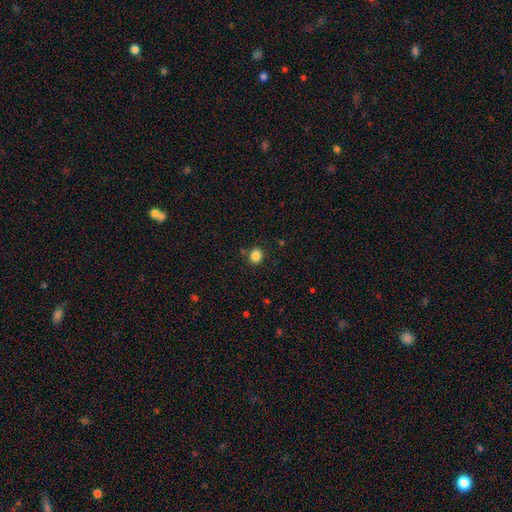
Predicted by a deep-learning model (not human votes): Q: Smooth or featured?
A: smooth (85%); runner-up: star or artifact (11%)
Q: How rounded?
A: round (80%); runner-up: in between (19%)
Q: Merging?
A: none (86%); runner-up: minor disturbance (8%)